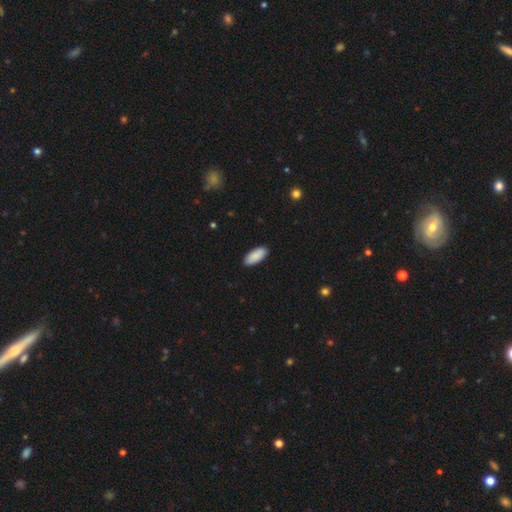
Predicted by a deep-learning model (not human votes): smooth 90%, star or artifact 5%, featured or disk 5%. Down the decision tree: how rounded — in between (88%); merging — none (90%).